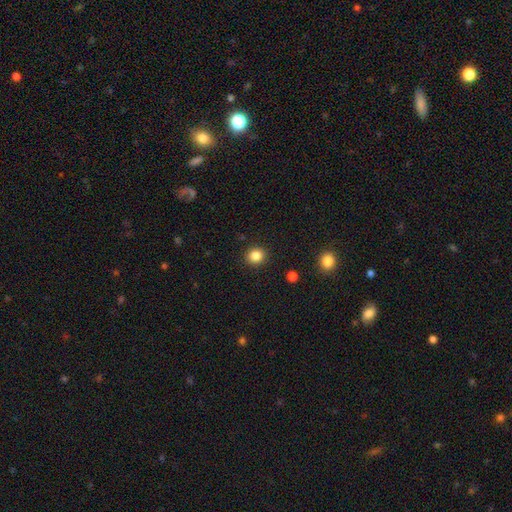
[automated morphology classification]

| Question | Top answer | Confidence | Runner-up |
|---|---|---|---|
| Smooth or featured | smooth | 85% | star or artifact (11%) |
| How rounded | round | 84% | in between (15%) |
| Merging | none | 91% | minor disturbance (6%) |